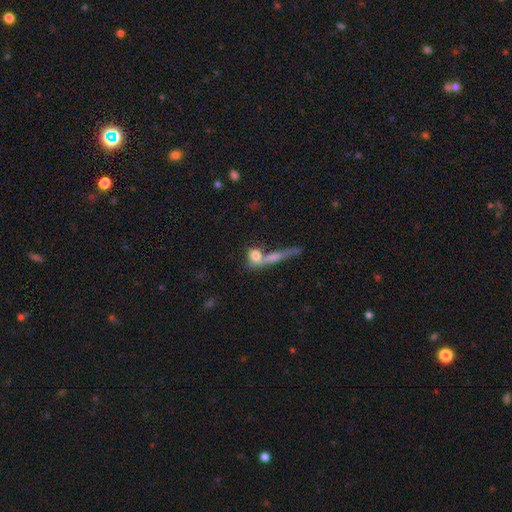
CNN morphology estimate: The model was most divided on "merging": merger: 41%, none: 39%, minor disturbance: 11%, major disturbance: 9%. More confident: smooth or featured — smooth (71%); how rounded — round (54%).